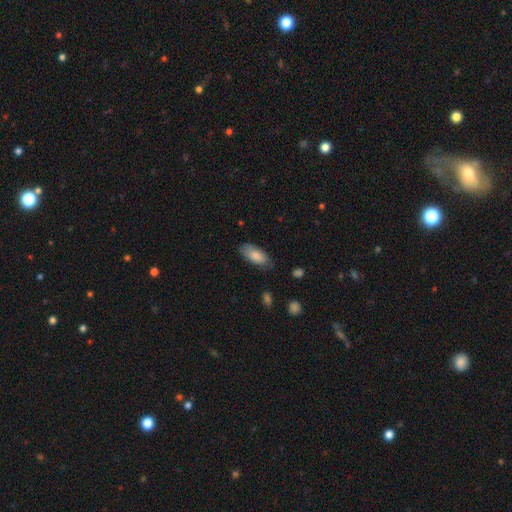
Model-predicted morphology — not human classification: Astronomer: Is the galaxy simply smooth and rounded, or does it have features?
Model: smooth — 83%.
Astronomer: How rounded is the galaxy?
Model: in between — 88%.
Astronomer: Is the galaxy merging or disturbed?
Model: none — 76%.